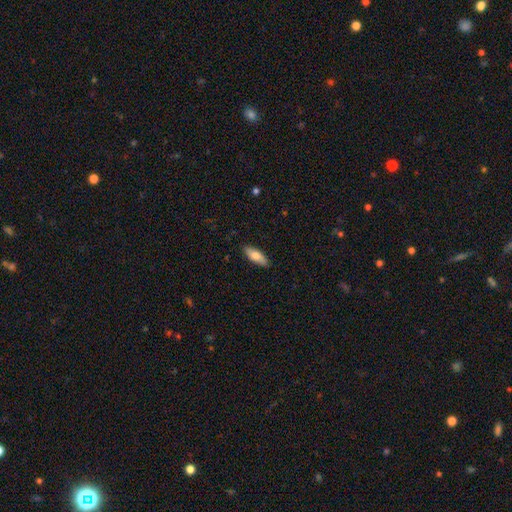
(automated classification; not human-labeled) Smooth or featured? smooth (78%)
How rounded? in between (64%)
Merging? none (88%)